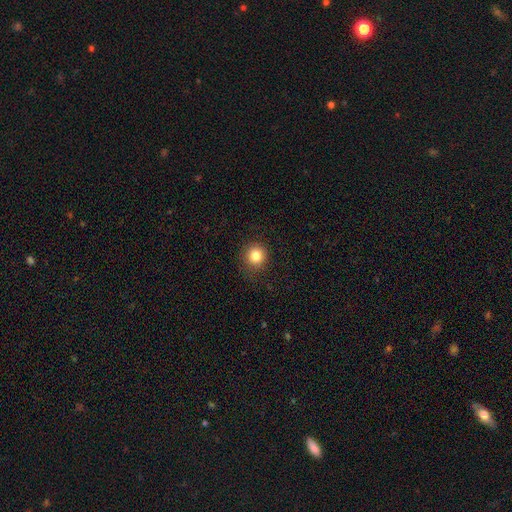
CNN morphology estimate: A smooth galaxy with no disk features (83%) that is round (92%).

Vote fractions:
- Smooth or featured? smooth: 83% / star or artifact: 11% / featured or disk: 6%
- How rounded? round: 92% / in between: 7% / cigar-shaped: 1%
- Merging? none: 87% / minor disturbance: 9% / major disturbance: 3% / merger: 1%